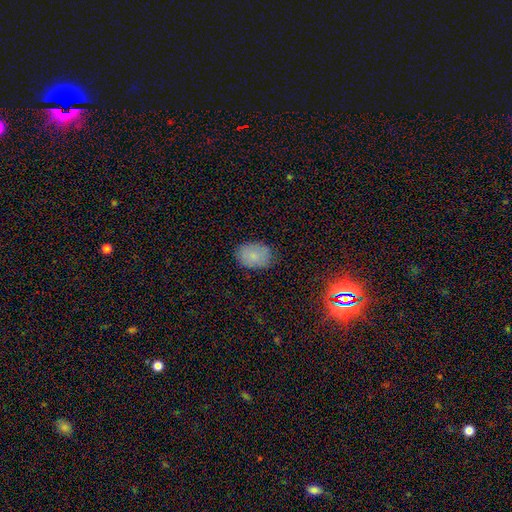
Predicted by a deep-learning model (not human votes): Overall: smooth (79%). How rounded: in between (78%). Merging: none (79%).